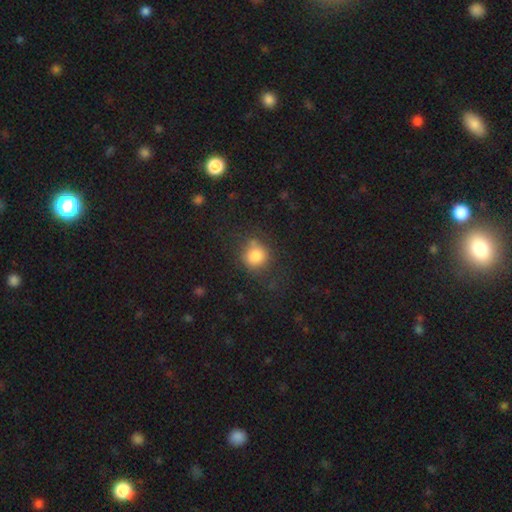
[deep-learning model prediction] This appears to be a smooth galaxy with no disk features (80%) that is round (84%). Merging: none (67%).